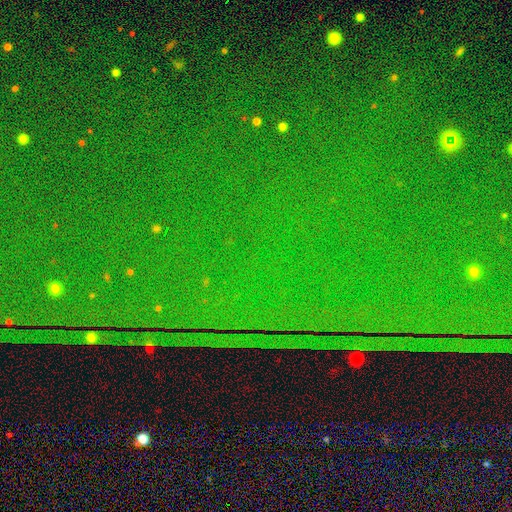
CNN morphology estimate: Q: Smooth or featured?
A: star or artifact (87%); runner-up: smooth (7%)